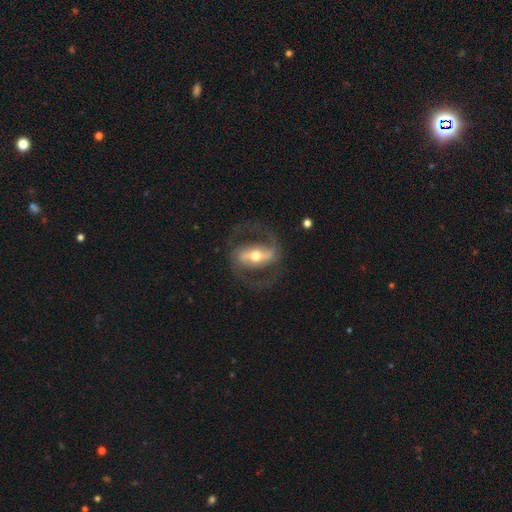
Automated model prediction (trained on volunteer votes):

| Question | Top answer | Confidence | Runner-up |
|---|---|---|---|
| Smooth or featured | featured or disk | 87% | smooth (8%) |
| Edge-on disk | no | 95% | yes (5%) |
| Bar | strong | 61% | weak (26%) |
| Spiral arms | yes | 91% | no (9%) |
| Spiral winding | medium | 57% | loose (25%) |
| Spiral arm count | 2 | 91% | can't tell (4%) |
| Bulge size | moderate | 66% | small (25%) |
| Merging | none | 75% | minor disturbance (12%) |